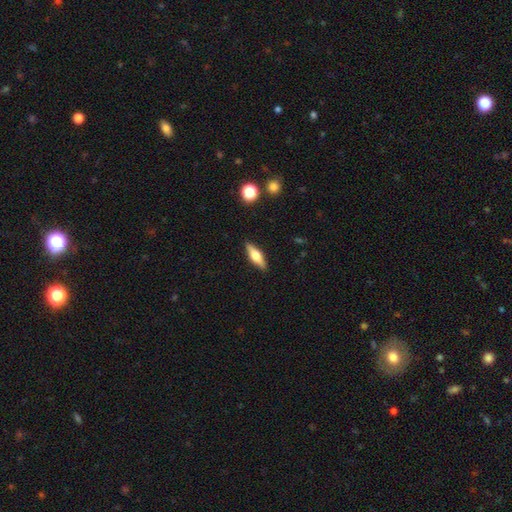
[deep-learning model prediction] Overall: featured or disk (51%; smooth 43%). Edge-on disk: yes (93%). Merging: none (89%).